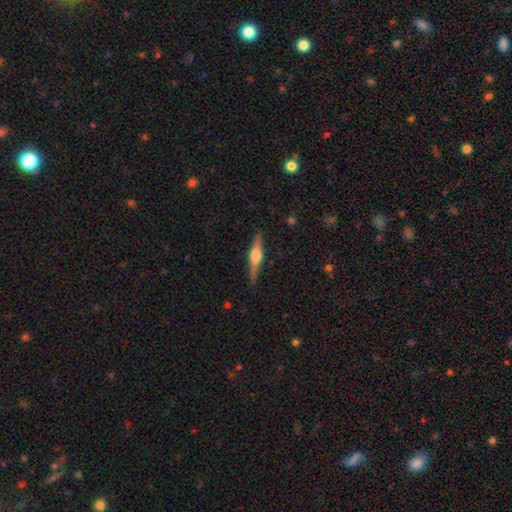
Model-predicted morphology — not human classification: A featured or disk galaxy (73%) viewed edge-on (97%) with a rounded central bulge (84%). Merging: none (87%).